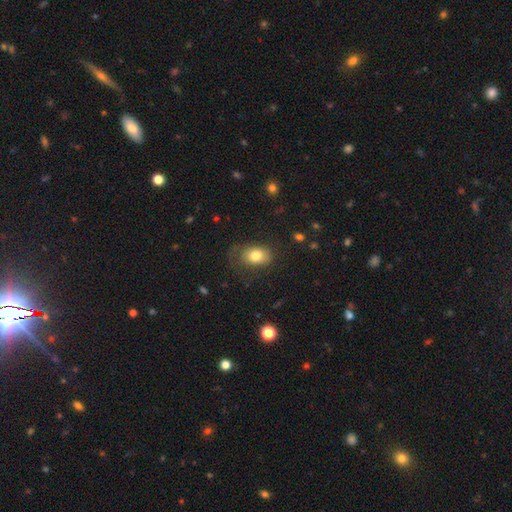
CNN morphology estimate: This appears to be a smooth galaxy with no disk features (74%) that is in between round and cigar-shaped (75%). Merging: none (57%).